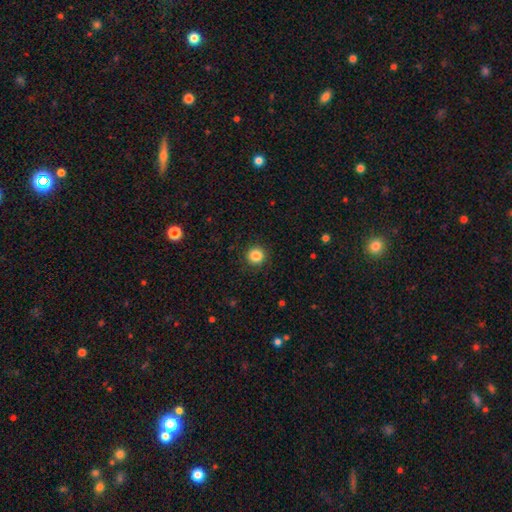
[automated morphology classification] A smooth galaxy with no disk features (85%) that is round (95%). Merging: none (91%).